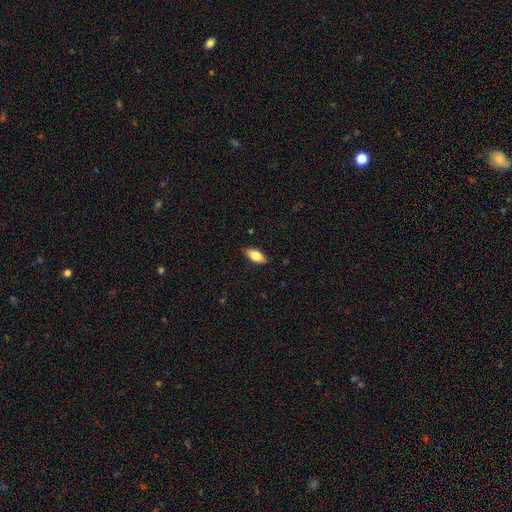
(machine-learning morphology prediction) The model was most divided on "smooth or featured": smooth: 77%, featured or disk: 17%, star or artifact: 6%. More confident: how rounded — in between (88%); merging — none (87%).